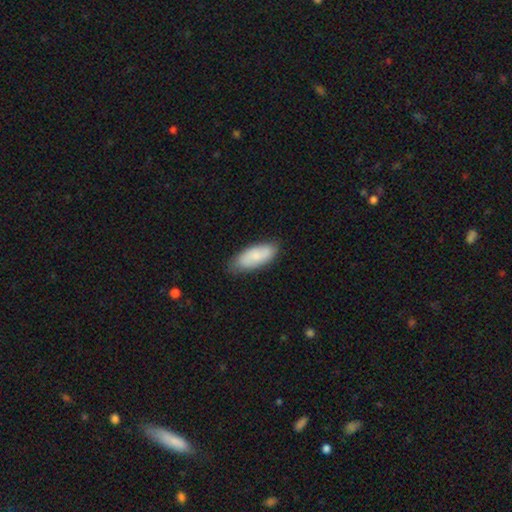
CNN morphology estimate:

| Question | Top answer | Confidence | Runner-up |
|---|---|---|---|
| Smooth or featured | smooth | 78% | featured or disk (16%) |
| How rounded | in between | 80% | cigar-shaped (18%) |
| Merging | none | 77% | minor disturbance (18%) |